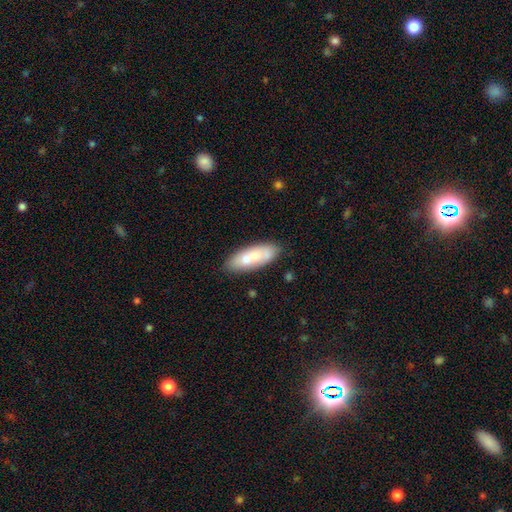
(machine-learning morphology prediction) A smooth galaxy with no disk features (63%) that is in between round and cigar-shaped (73%). Merging: none (63%).